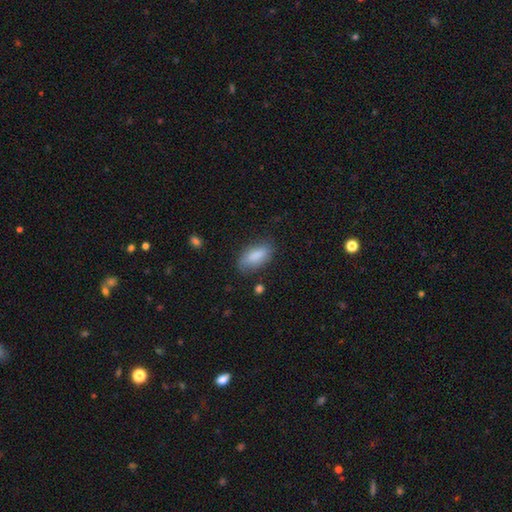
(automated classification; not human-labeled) smooth-or-featured: smooth: 84% | featured or disk: 9% | star or artifact: 7%
  how-rounded: in between: 85% | cigar-shaped: 12% | round: 3%
  merging: none: 75% | minor disturbance: 18% | major disturbance: 5% | merger: 2%